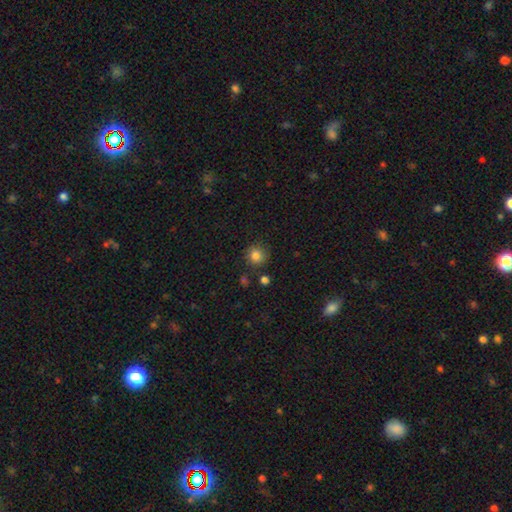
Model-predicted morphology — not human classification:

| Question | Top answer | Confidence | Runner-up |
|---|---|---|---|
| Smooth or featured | smooth | 84% | star or artifact (11%) |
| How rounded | round | 91% | in between (8%) |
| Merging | none | 85% | minor disturbance (9%) |